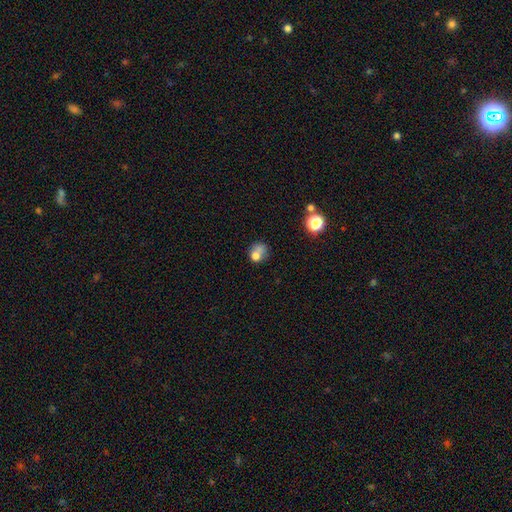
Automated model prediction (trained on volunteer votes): smooth-or-featured: smooth: 69% | featured or disk: 18% | star or artifact: 14%
  how-rounded: round: 66% | in between: 33% | cigar-shaped: 1%
  merging: none: 37% | merger: 32% | minor disturbance: 18% | major disturbance: 14%